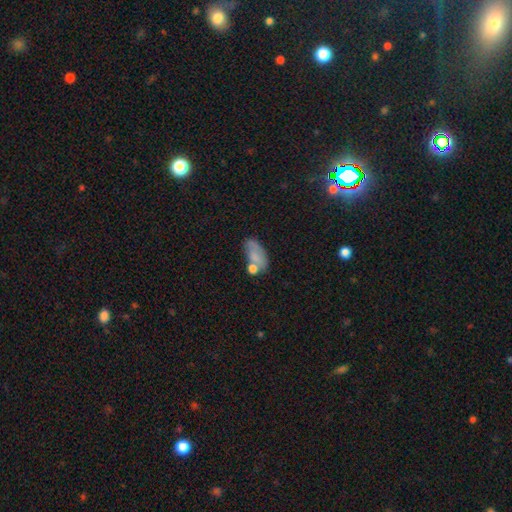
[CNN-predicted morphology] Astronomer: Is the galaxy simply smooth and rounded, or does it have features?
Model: smooth — 70%.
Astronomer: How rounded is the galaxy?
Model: in between — 90%.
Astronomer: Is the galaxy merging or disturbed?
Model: none — 39% (runner-up: merger, 25%).